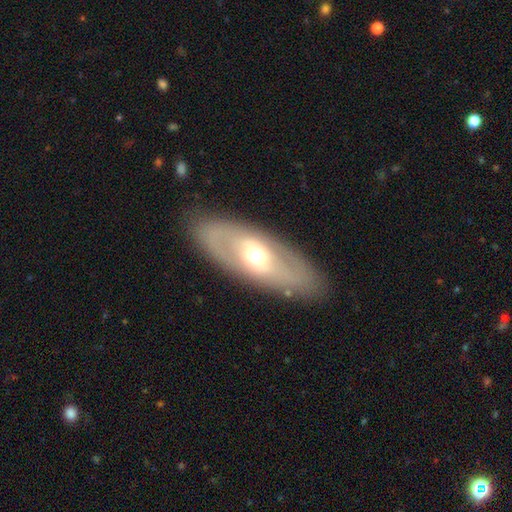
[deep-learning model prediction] A featured or disk galaxy (61%).

Vote fractions:
- Smooth or featured? featured or disk: 61% / smooth: 33% / star or artifact: 6%
- Edge-on disk? no: 81% / yes: 19%
- Merging? none: 85% / minor disturbance: 10% / major disturbance: 4% / merger: 1%